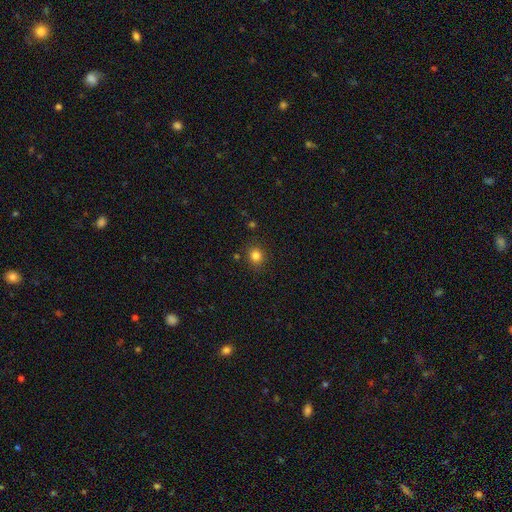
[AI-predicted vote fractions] Overall: smooth (82%). How rounded: round (81%). Merging: none (87%).